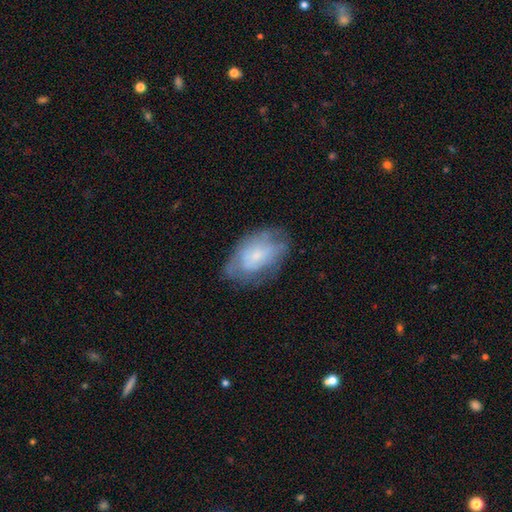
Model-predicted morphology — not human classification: Smooth or featured? smooth (47%)
Merging? none (59%)